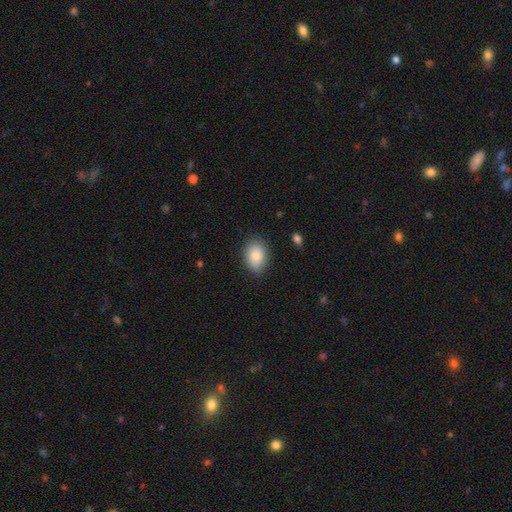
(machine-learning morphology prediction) Smooth or featured? Predicted: smooth (p=0.85). How rounded? Predicted: in between (p=0.78). Merging? Predicted: none (p=0.81).